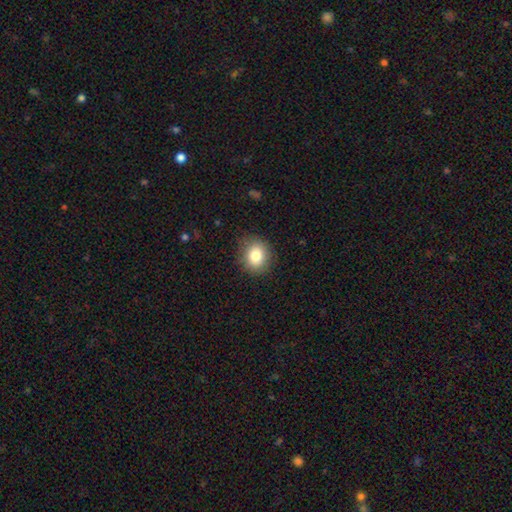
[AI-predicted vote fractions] smooth 82%, star or artifact 10%, featured or disk 8%. Down the decision tree: how rounded — round (71%); merging — none (85%).